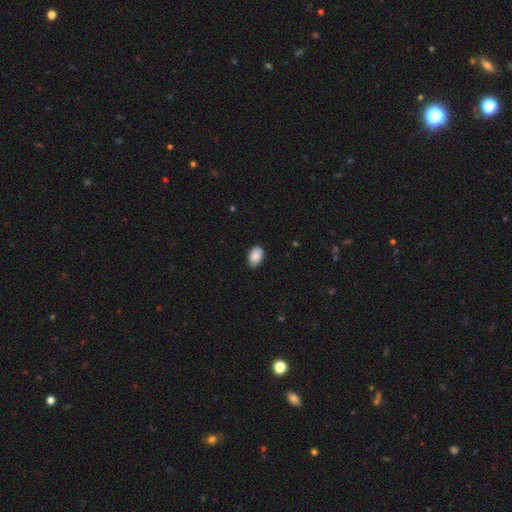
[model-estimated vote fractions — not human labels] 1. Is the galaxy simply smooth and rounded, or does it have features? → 89% smooth, 7% star or artifact, 4% featured or disk.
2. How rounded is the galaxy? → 90% in between, 9% round, 1% cigar-shaped.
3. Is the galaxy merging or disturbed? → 85% none, 12% minor disturbance, 2% major disturbance, 1% merger.